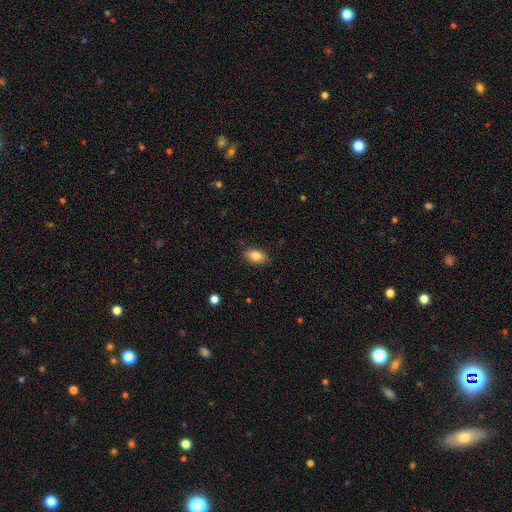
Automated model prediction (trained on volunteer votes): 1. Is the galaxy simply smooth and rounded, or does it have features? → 81% smooth, 11% featured or disk, 8% star or artifact.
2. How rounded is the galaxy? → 88% in between, 7% round, 5% cigar-shaped.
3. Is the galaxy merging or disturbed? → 85% none, 12% minor disturbance, 2% major disturbance, 1% merger.